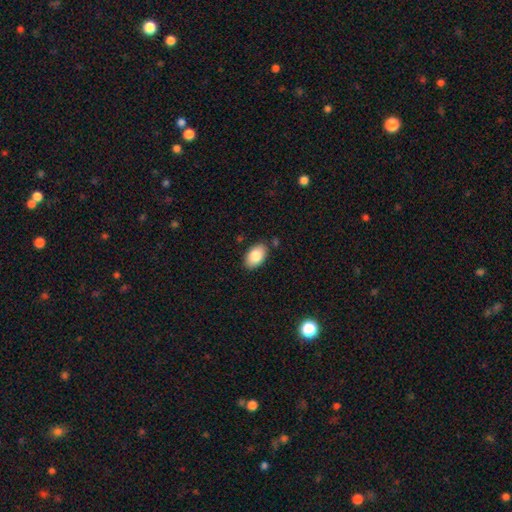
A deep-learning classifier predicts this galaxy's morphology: Smooth or featured: smooth — 84% (featured or disk — 9%)
How rounded: in between — 93% (round — 6%)
Merging: none — 84% (minor disturbance — 12%)